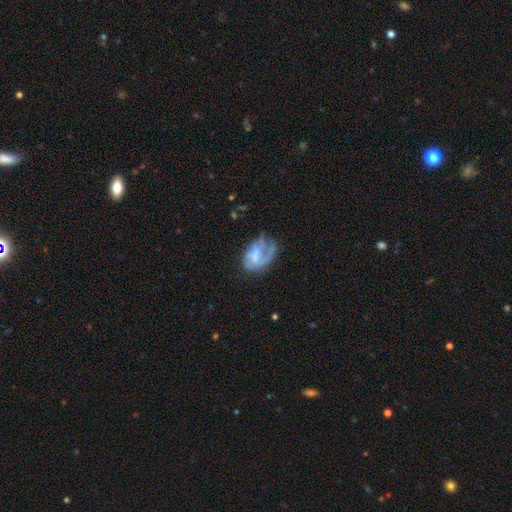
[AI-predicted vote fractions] Overall: featured or disk (60%; smooth 32%). Edge-on disk: no (97%). Bar: no (47%; weak 41%). Spiral arms: yes (62%; no 38%). Bulge size: none (38%; small 28%). Merging: major disturbance (37%; none 32%).